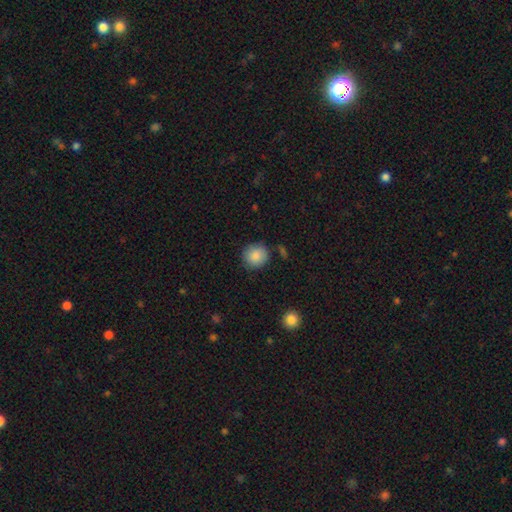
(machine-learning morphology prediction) The model was most divided on "merging": none: 83%, minor disturbance: 12%, major disturbance: 3%, merger: 3%. More confident: how rounded — round (88%); smooth or featured — smooth (87%).